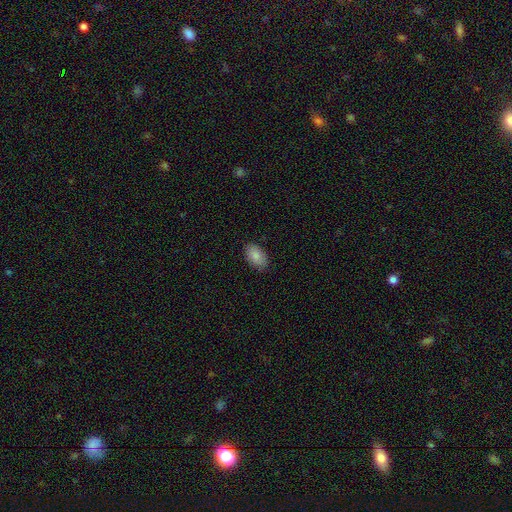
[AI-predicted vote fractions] Morphology: type=smooth (87%); roundness=in between (94%); merging=none (86%).